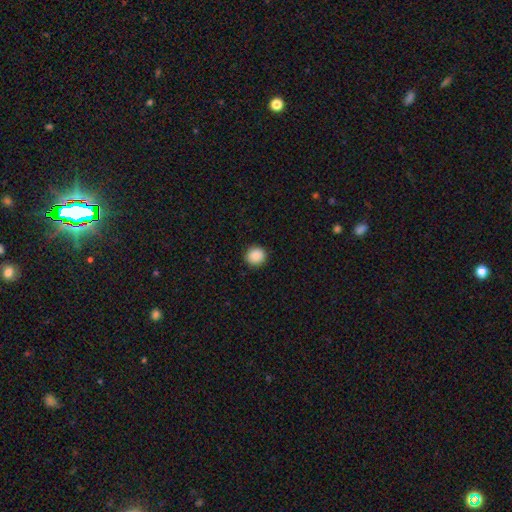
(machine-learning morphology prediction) A smooth galaxy with no disk features (89%) that is round (92%). Merging: none (92%).